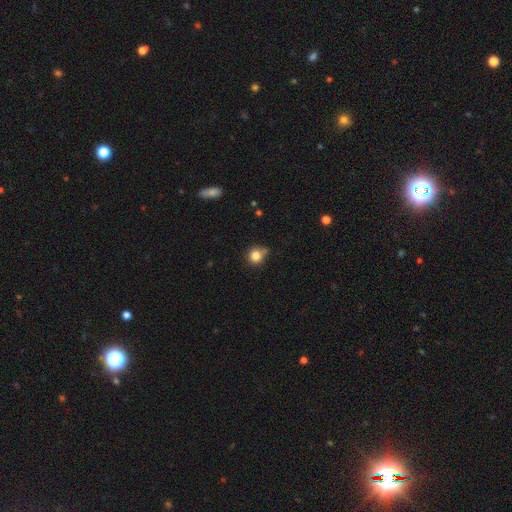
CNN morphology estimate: Smooth or featured? Predicted: smooth (p=0.83). How rounded? Predicted: round (p=0.90). Merging? Predicted: none (p=0.69).